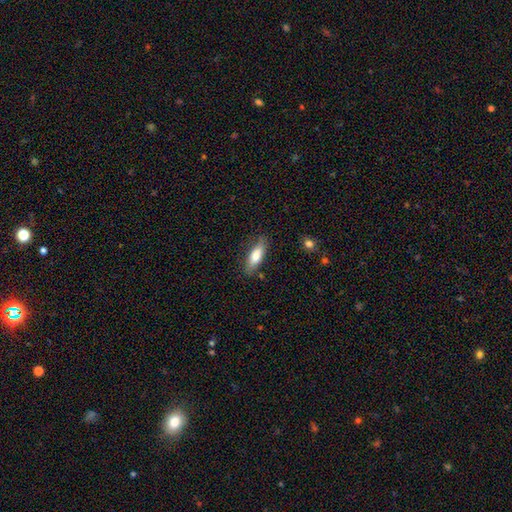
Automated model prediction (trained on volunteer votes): A smooth galaxy with no disk features (75%) that is in between round and cigar-shaped (59%).

Vote fractions:
- Smooth or featured? smooth: 75% / featured or disk: 19% / star or artifact: 6%
- How rounded? in between: 59% / cigar-shaped: 39% / round: 2%
- Merging? none: 81% / minor disturbance: 14% / major disturbance: 3% / merger: 2%